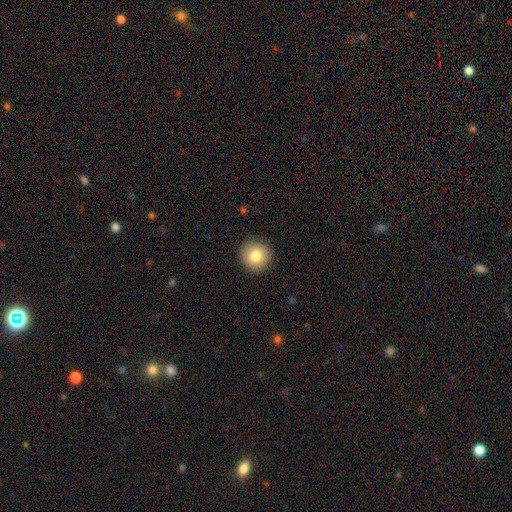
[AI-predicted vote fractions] smooth_or_featured: smooth (p=0.80) [alt: featured or disk p=0.11]
how_rounded: round (p=0.95) [alt: in between p=0.05]
merging: none (p=0.91) [alt: minor disturbance p=0.06]